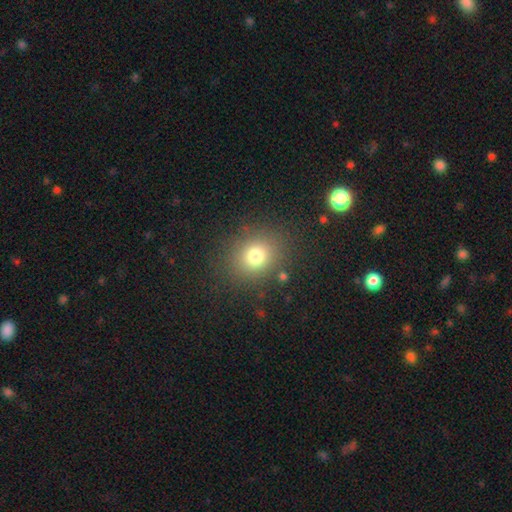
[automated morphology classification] smooth-or-featured: smooth: 77% | star or artifact: 15% | featured or disk: 8%
  how-rounded: round: 72% | in between: 27% | cigar-shaped: 1%
  merging: none: 84% | minor disturbance: 9% | major disturbance: 5% | merger: 2%